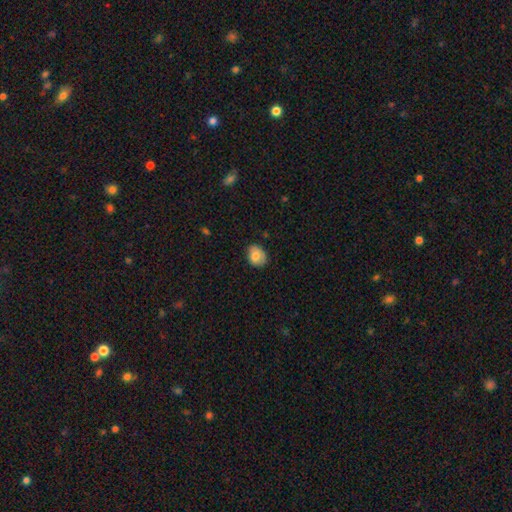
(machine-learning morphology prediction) Q: Smooth or featured?
A: smooth (75%); runner-up: featured or disk (17%)
Q: How rounded?
A: in between (53%); runner-up: round (47%)
Q: Merging?
A: none (73%); runner-up: minor disturbance (22%)